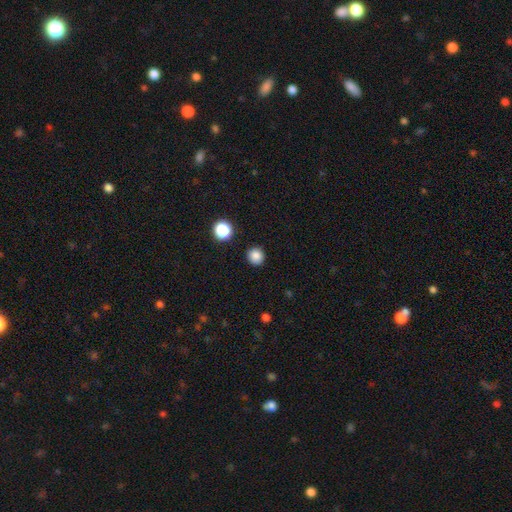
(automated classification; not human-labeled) smooth-or-featured: smooth: 85% | star or artifact: 11% | featured or disk: 3%
  how-rounded: round: 92% | in between: 7% | cigar-shaped: 1%
  merging: none: 91% | minor disturbance: 6% | major disturbance: 2% | merger: 2%